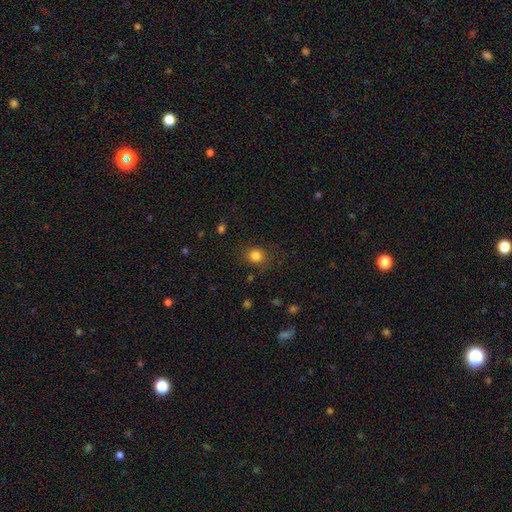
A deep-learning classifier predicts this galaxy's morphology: Overall: smooth (82%). How rounded: round (71%). Merging: none (80%).